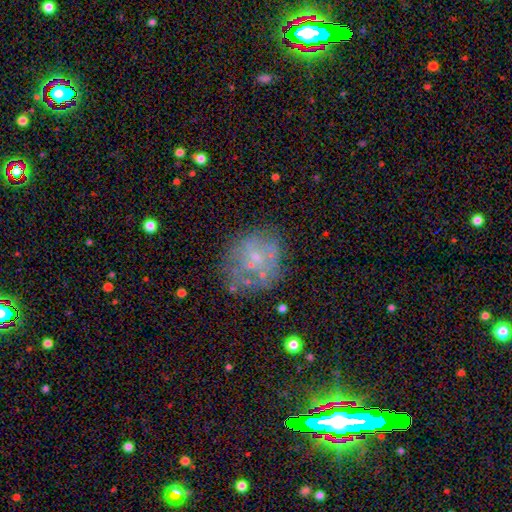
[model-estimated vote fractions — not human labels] featured or disk 54%, smooth 33%, star or artifact 13%. Down the decision tree: edge-on disk — no (98%); bar — no (86%); spiral arms — no (81%); bulge size — small (54%); merging — none (55%).